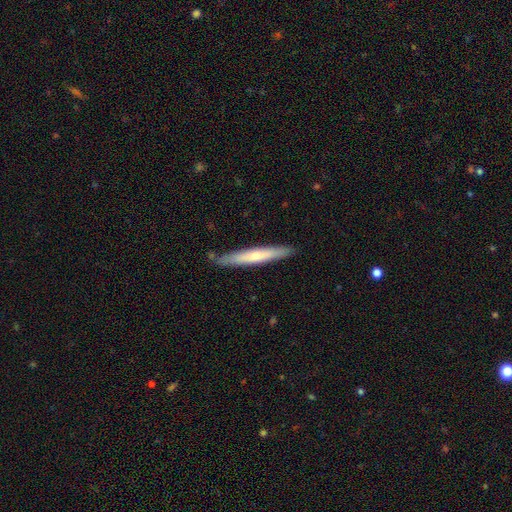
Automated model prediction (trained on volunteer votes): Morphology: type=featured or disk (53%); edge-on=yes (93%); merging=none (87%).